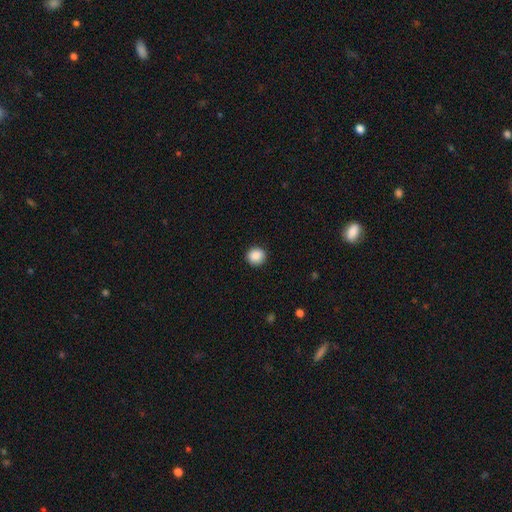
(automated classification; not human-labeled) The model was most divided on "smooth or featured": smooth: 89%, star or artifact: 9%, featured or disk: 2%. More confident: how rounded — round (92%); merging — none (92%).